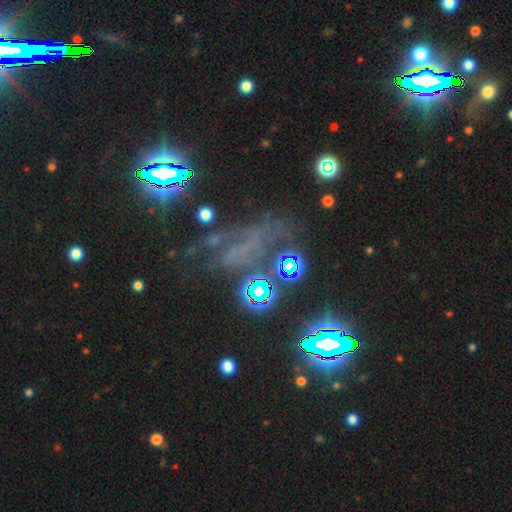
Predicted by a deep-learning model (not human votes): Smooth or featured?
  - star or artifact: 53% *
  - featured or disk: 25%
  - smooth: 22%